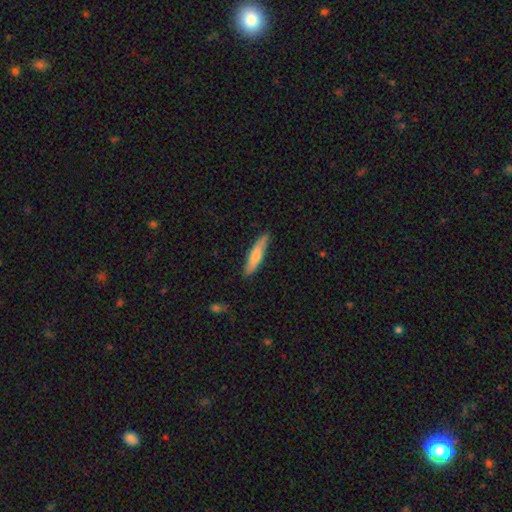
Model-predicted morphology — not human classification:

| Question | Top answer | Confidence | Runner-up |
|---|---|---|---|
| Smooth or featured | smooth | 71% | featured or disk (24%) |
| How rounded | cigar-shaped | 85% | in between (13%) |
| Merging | none | 84% | minor disturbance (13%) |